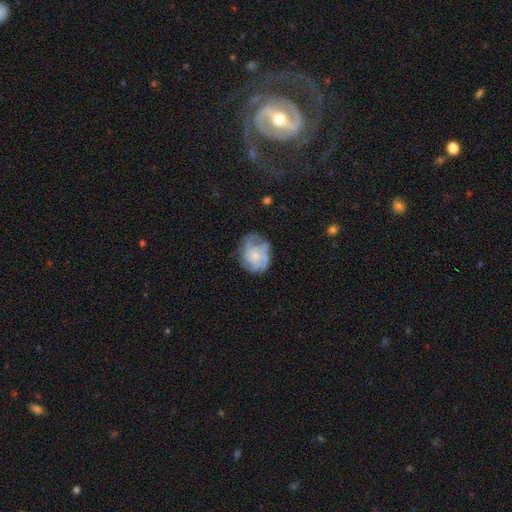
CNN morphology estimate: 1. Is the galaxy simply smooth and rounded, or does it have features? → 62% featured or disk, 29% smooth, 8% star or artifact.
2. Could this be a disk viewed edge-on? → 98% no, 2% yes.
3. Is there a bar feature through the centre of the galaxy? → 82% no, 16% weak, 2% strong.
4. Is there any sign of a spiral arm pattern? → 80% yes, 20% no.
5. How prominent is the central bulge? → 56% small, 31% moderate, 9% none, 3% large, 1% dominant.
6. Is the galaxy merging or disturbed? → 58% none, 25% minor disturbance, 15% major disturbance, 2% merger.